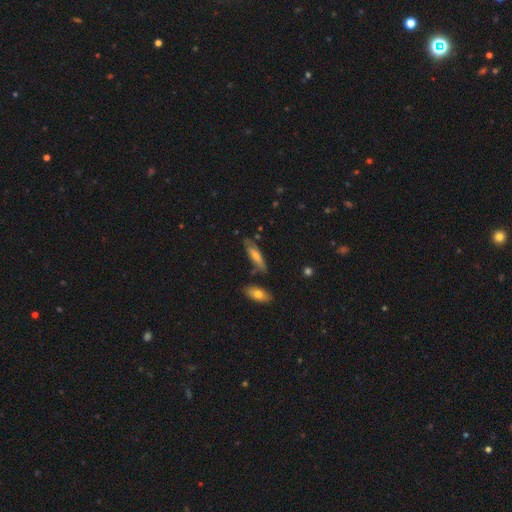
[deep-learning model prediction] A smooth galaxy with no disk features (51%) that is cigar-shaped (56%). Merging: none (69%).